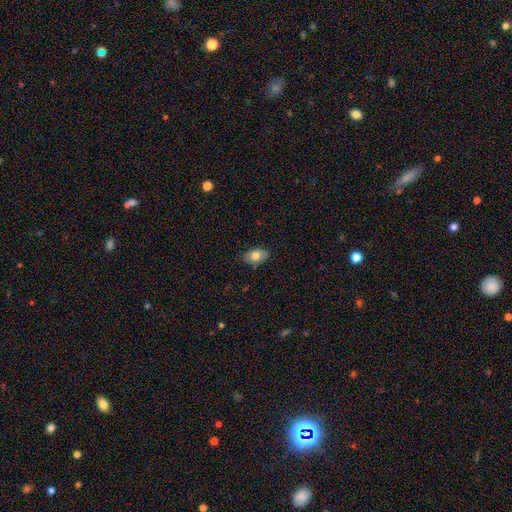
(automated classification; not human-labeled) Morphology: type=smooth (78%); roundness=in between (87%); merging=none (78%).